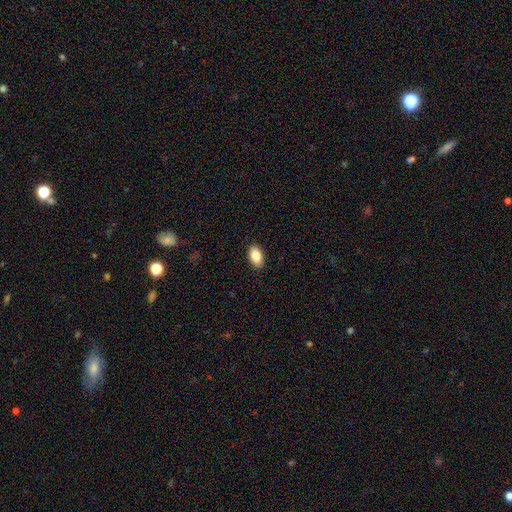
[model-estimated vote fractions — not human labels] Smooth or featured? smooth (86%)
How rounded? in between (92%)
Merging? none (90%)